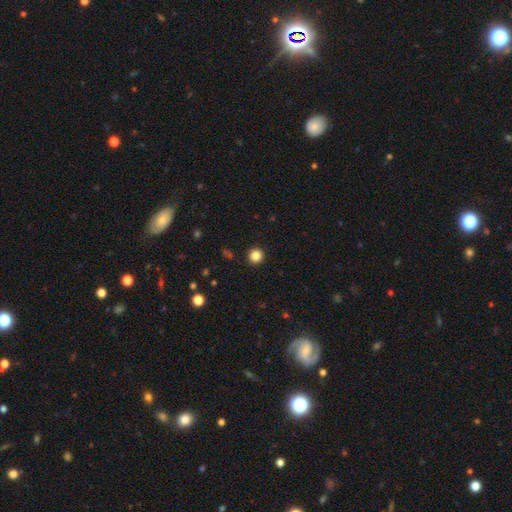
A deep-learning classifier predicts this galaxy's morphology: smooth 85%, star or artifact 11%, featured or disk 4%. Down the decision tree: how rounded — round (95%); merging — none (93%).